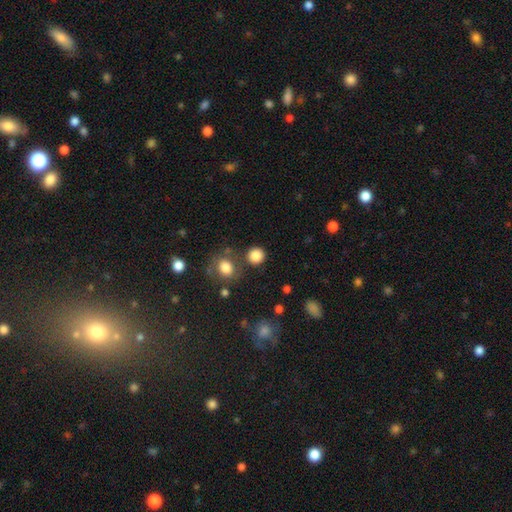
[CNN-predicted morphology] The model was most divided on "merging": none: 81%, minor disturbance: 8%, merger: 7%, major disturbance: 3%. More confident: how rounded — round (91%); smooth or featured — smooth (85%).